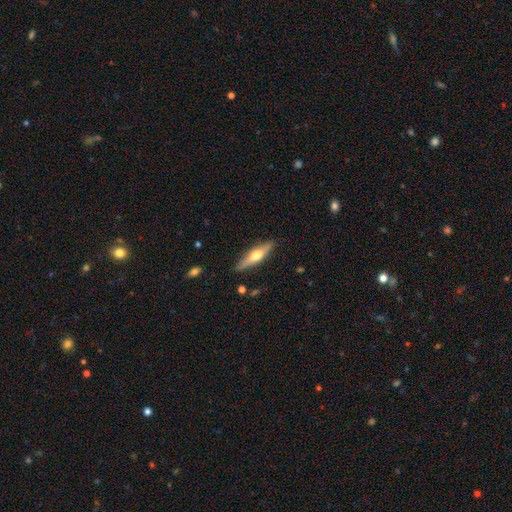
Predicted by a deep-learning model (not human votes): A featured or disk galaxy (54%) viewed edge-on (93%) with a rounded central bulge (92%).

Vote fractions:
- Smooth or featured? featured or disk: 54% / smooth: 40% / star or artifact: 6%
- Edge-on disk? yes: 93% / no: 7%
- Edge-on bulge? rounded: 92% / boxy: 5% / none: 3%
- Merging? none: 87% / minor disturbance: 10% / major disturbance: 2% / merger: 1%